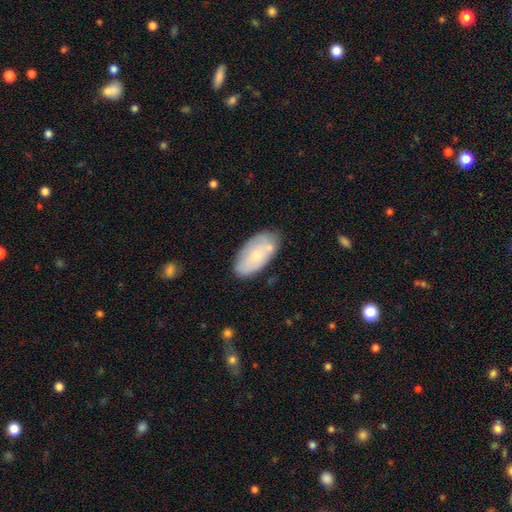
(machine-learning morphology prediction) This appears to be a smooth galaxy with no disk features (68%) that is in between round and cigar-shaped (94%). Merging: none (70%).